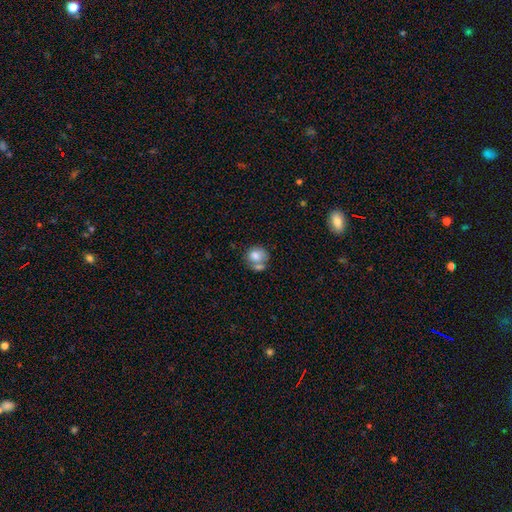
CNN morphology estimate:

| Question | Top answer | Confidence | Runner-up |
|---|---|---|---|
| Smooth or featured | smooth | 75% | featured or disk (16%) |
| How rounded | round | 72% | in between (27%) |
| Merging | none | 40% | merger (38%) |